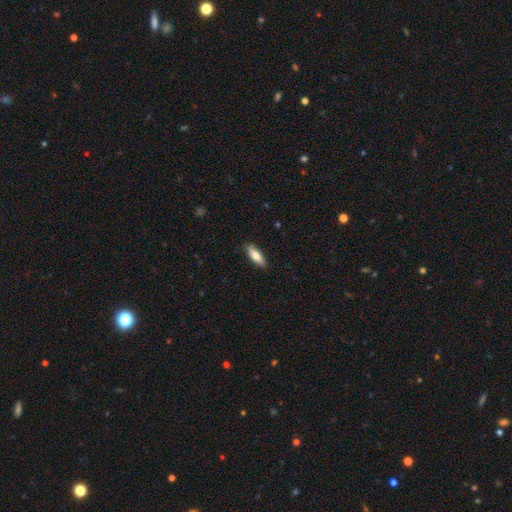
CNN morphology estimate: This appears to be a smooth galaxy with no disk features (77%) that is in between round and cigar-shaped (60%). Merging: none (87%).